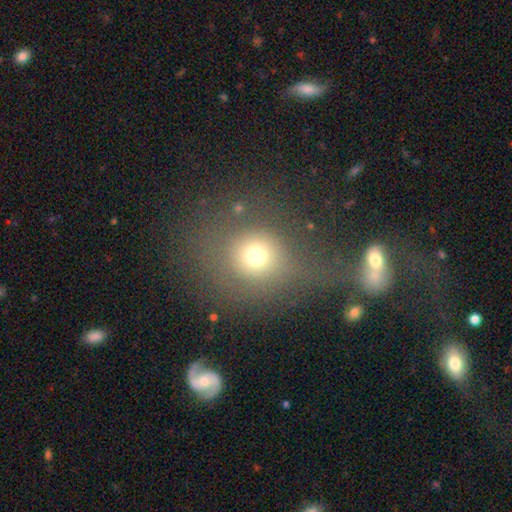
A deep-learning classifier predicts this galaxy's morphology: The model was most divided on "merging": none: 51%, major disturbance: 20%, merger: 15%, minor disturbance: 15%. More confident: how rounded — round (85%); smooth or featured — smooth (69%).